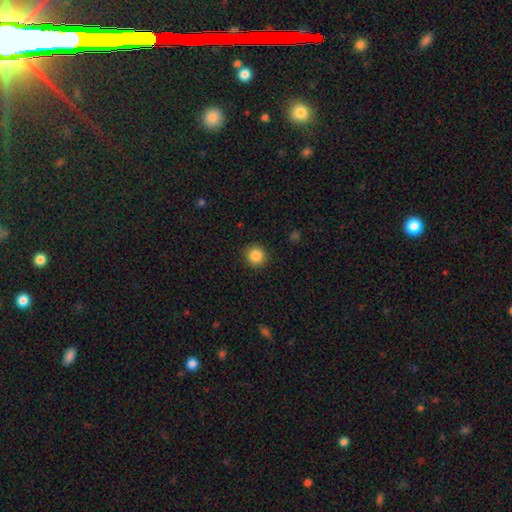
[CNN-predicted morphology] Smooth or featured? Predicted: smooth (p=0.86). How rounded? Predicted: round (p=0.94). Merging? Predicted: none (p=0.92).